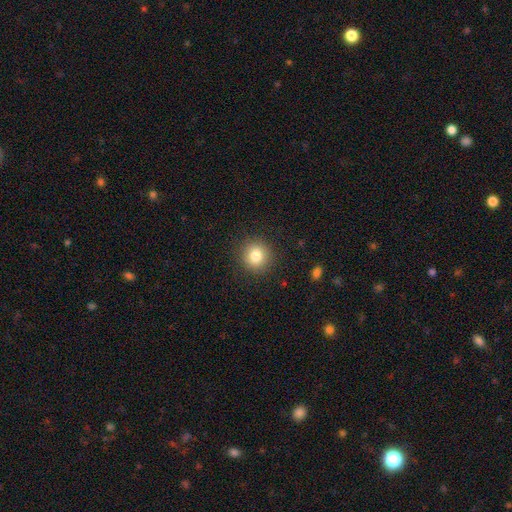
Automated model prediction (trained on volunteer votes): Overall: smooth (83%). How rounded: round (91%). Merging: none (90%).